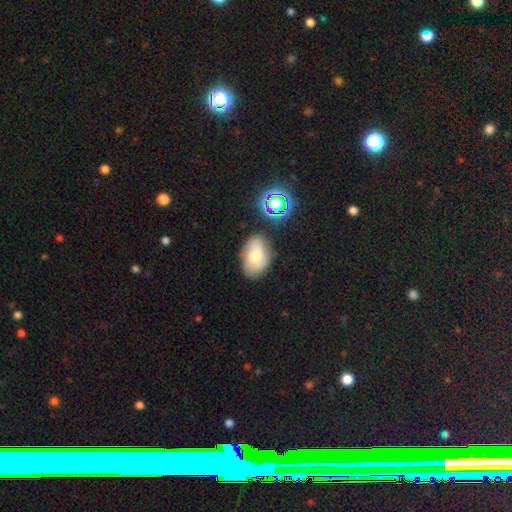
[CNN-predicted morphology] smooth 61%, featured or disk 28%, star or artifact 11%. Down the decision tree: how rounded — in between (87%); merging — none (71%).